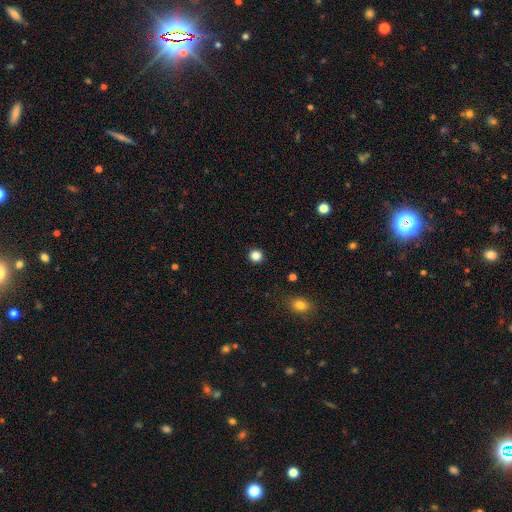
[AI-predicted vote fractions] This is clearly a smooth galaxy (84%). How rounded: clearly round (93%). Merging: clearly none (92%).